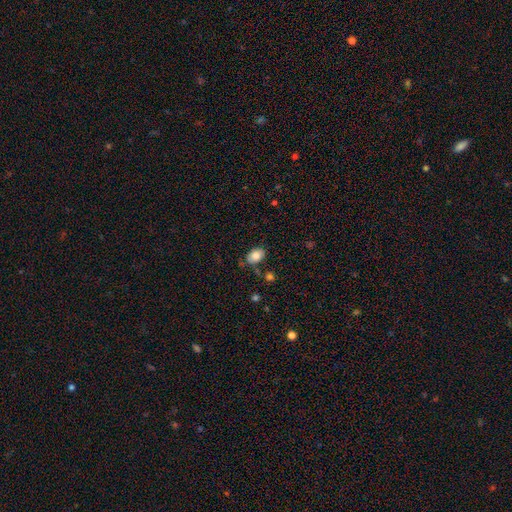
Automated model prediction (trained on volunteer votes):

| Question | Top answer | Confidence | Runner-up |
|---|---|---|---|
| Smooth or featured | smooth | 80% | featured or disk (12%) |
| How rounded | in between | 83% | round (16%) |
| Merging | none | 74% | minor disturbance (17%) |